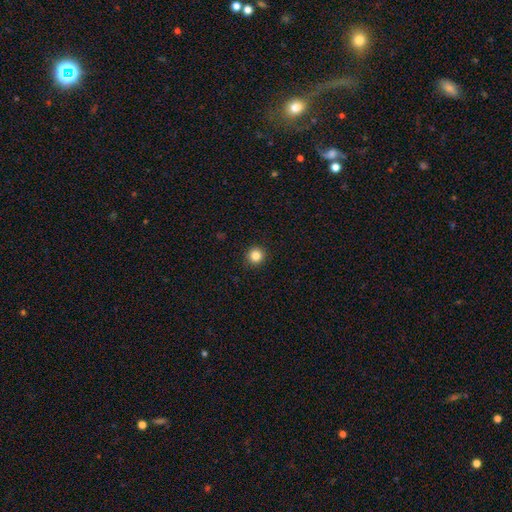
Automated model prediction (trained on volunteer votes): Smooth or featured: smooth — 85% (star or artifact — 11%)
How rounded: round — 95% (in between — 5%)
Merging: none — 93% (minor disturbance — 5%)